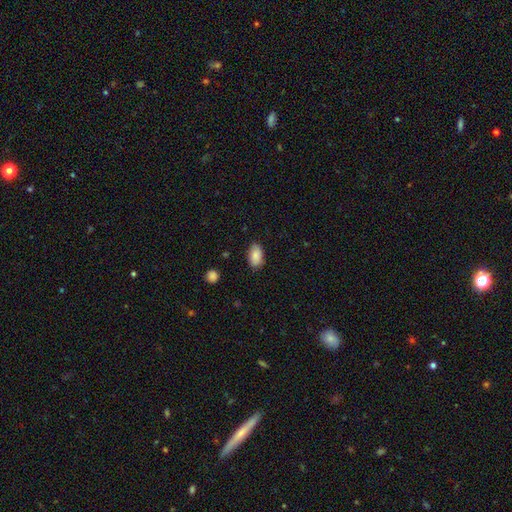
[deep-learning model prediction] smooth-or-featured: smooth: 87% | star or artifact: 7% | featured or disk: 6%
  how-rounded: in between: 93% | round: 6% | cigar-shaped: 1%
  merging: none: 81% | minor disturbance: 15% | major disturbance: 3% | merger: 1%